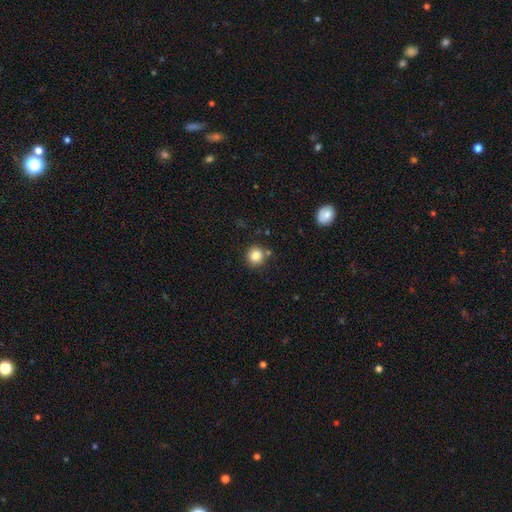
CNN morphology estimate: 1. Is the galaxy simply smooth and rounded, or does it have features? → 84% smooth, 11% star or artifact, 6% featured or disk.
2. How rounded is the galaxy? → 92% round, 7% in between, 1% cigar-shaped.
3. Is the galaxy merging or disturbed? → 82% none, 9% minor disturbance, 7% merger, 3% major disturbance.